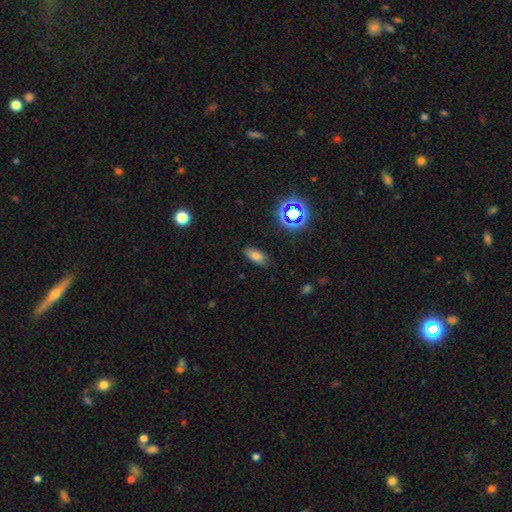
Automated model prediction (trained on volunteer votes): smooth_or_featured: smooth (p=0.74) [alt: star or artifact p=0.16]
how_rounded: in between (p=0.85) [alt: cigar-shaped p=0.10]
merging: none (p=0.85) [alt: minor disturbance p=0.11]